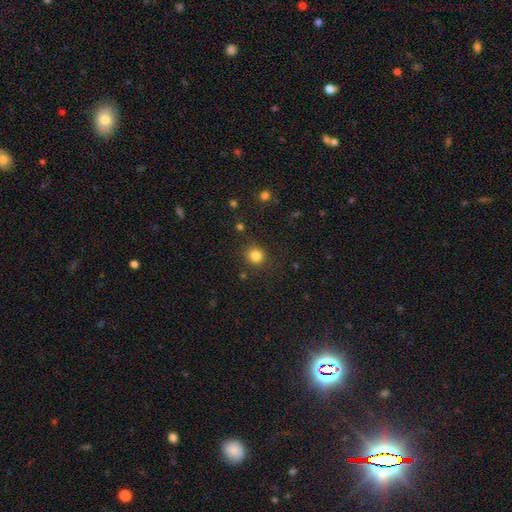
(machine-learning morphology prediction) This is clearly a smooth galaxy (83%). How rounded: clearly round (88%). Merging: clearly none (85%).